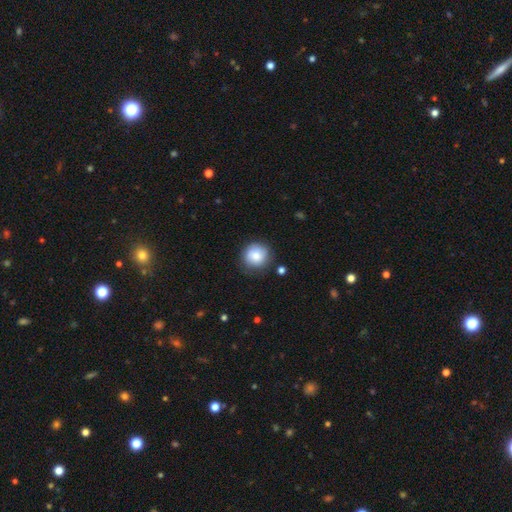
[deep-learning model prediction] Smooth or featured? Predicted: smooth (p=0.81). How rounded? Predicted: round (p=0.92). Merging? Predicted: none (p=0.81).